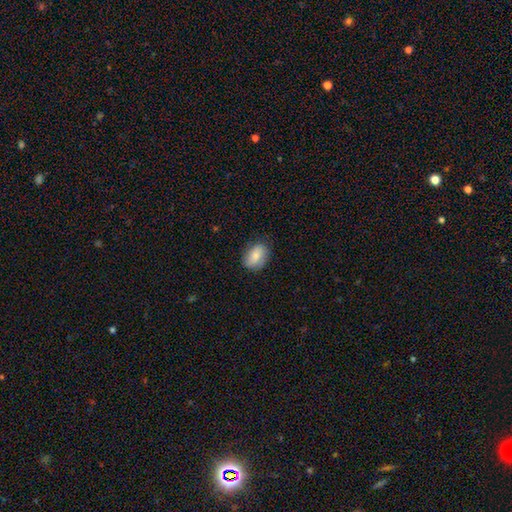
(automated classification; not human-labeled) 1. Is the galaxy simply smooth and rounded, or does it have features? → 79% smooth, 14% featured or disk, 7% star or artifact.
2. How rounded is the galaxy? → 81% in between, 17% round, 2% cigar-shaped.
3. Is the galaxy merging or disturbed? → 77% none, 18% minor disturbance, 4% major disturbance, 1% merger.